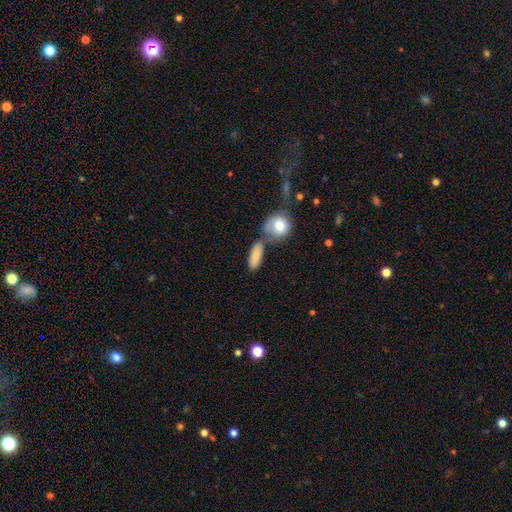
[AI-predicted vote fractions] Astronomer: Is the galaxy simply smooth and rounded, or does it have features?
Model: smooth — 82%.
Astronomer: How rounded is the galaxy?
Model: in between — 74%.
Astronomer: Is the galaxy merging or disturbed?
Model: none — 50% (runner-up: merger, 32%).